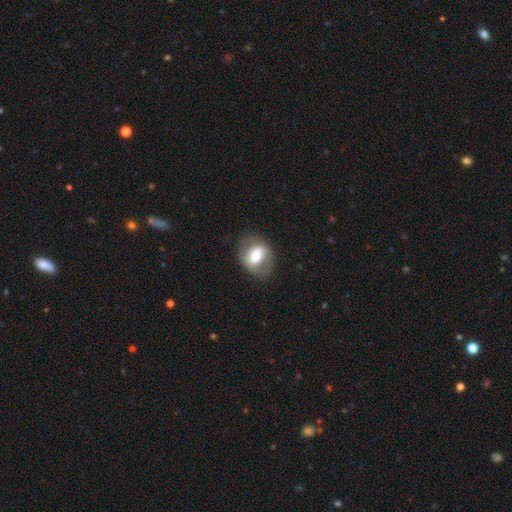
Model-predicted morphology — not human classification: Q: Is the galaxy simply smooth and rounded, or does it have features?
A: smooth — 52%.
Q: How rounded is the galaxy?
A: in between — 53%.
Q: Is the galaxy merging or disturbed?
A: none — 78%.